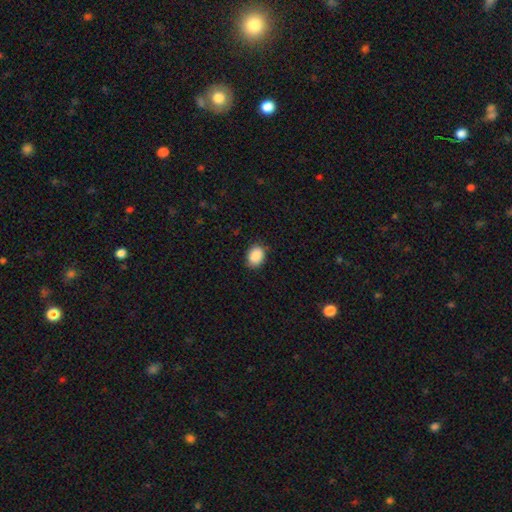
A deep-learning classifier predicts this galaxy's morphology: Smooth or featured: smooth — 89% (star or artifact — 7%)
How rounded: in between — 63% (round — 36%)
Merging: none — 82% (minor disturbance — 14%)